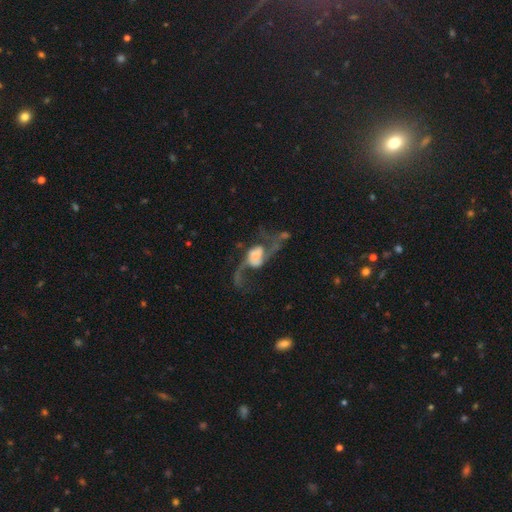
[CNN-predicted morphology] Overall: featured or disk (80%). Edge-on disk: no (95%). Bar: no (55%; weak 32%). Spiral arms: yes (90%). Spiral arm count: 2 (90%). Spiral winding: loose (85%). Bulge size: large (31%; none 22%). Merging: none (38%; major disturbance 36%).